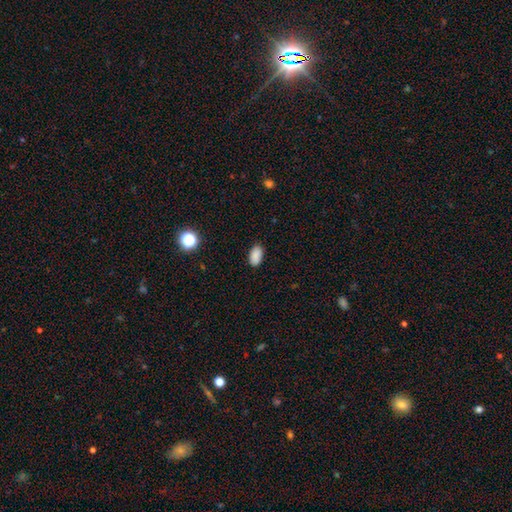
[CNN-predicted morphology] smooth 87%, star or artifact 9%, featured or disk 3%. Down the decision tree: how rounded — in between (93%); merging — none (86%).